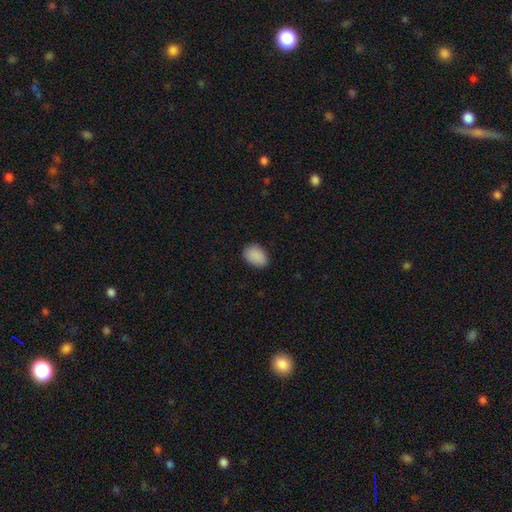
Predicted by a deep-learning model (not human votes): A smooth galaxy with no disk features (90%) that is in between round and cigar-shaped (82%).

Vote fractions:
- Smooth or featured? smooth: 90% / star or artifact: 7% / featured or disk: 3%
- How rounded? in between: 82% / round: 17% / cigar-shaped: 1%
- Merging? none: 86% / minor disturbance: 11% / major disturbance: 2% / merger: 1%